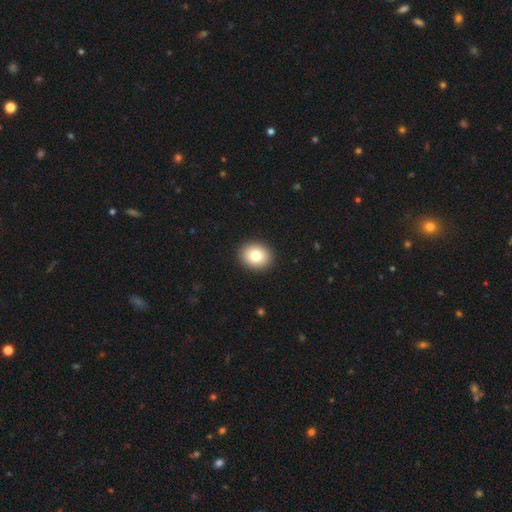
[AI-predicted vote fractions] Smooth or featured? Predicted: smooth (p=0.81). How rounded? Predicted: round (p=0.58). Merging? Predicted: none (p=0.92).